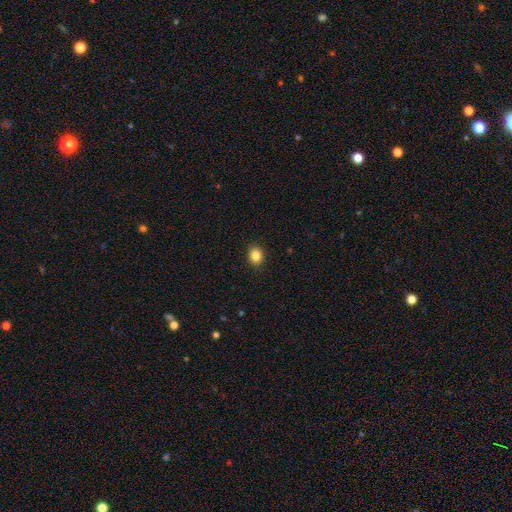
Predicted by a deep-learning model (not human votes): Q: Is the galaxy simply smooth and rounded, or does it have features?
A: smooth — 85%.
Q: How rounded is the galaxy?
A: round — 58%.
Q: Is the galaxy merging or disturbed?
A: none — 91%.